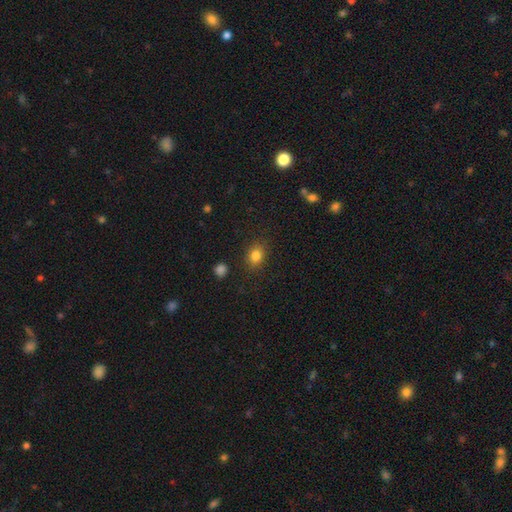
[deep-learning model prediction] A smooth galaxy with no disk features (83%) that is in between round and cigar-shaped (52%).

Vote fractions:
- Smooth or featured? smooth: 83% / star or artifact: 11% / featured or disk: 6%
- How rounded? in between: 52% / round: 47% / cigar-shaped: 1%
- Merging? none: 84% / minor disturbance: 10% / major disturbance: 3% / merger: 2%